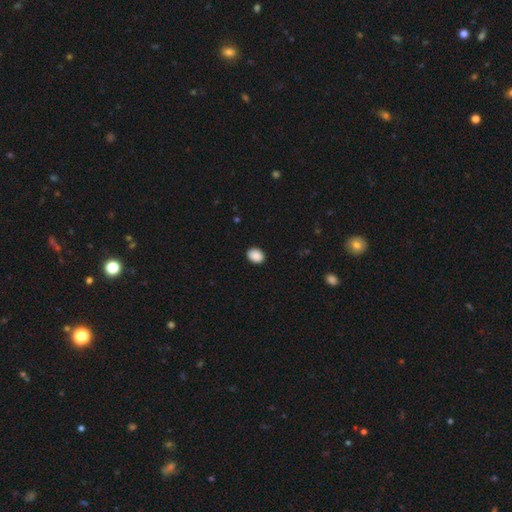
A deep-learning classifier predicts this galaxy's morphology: This is clearly a smooth galaxy (90%). How rounded: likely in between (62%). Merging: clearly none (89%).